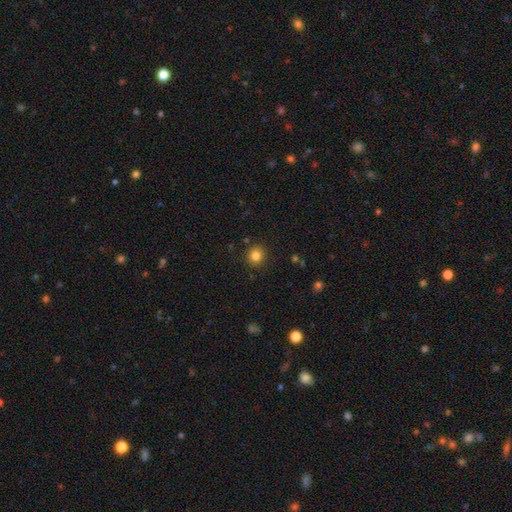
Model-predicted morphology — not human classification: smooth-or-featured: smooth: 83% | star or artifact: 12% | featured or disk: 5%
  how-rounded: round: 90% | in between: 9% | cigar-shaped: 1%
  merging: none: 90% | minor disturbance: 6% | major disturbance: 2% | merger: 2%